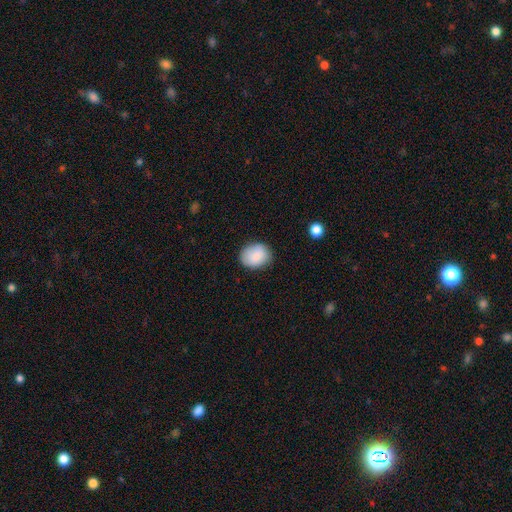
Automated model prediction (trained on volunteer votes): Q: Smooth or featured?
A: smooth (87%); runner-up: star or artifact (7%)
Q: How rounded?
A: in between (52%); runner-up: round (47%)
Q: Merging?
A: none (80%); runner-up: minor disturbance (16%)